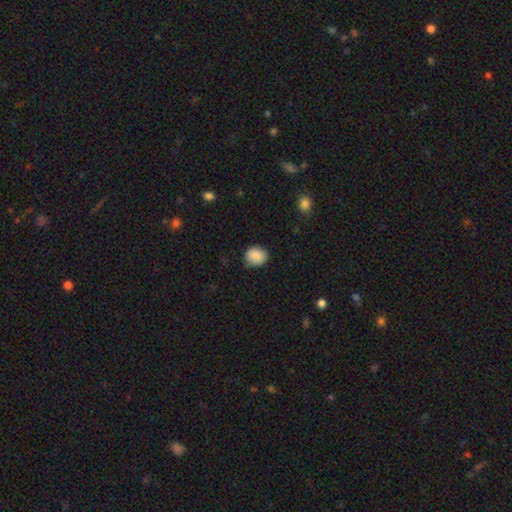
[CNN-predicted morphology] A smooth galaxy with no disk features (88%) that is round (68%).

Vote fractions:
- Smooth or featured? smooth: 88% / star or artifact: 8% / featured or disk: 5%
- How rounded? round: 68% / in between: 32% / cigar-shaped: 1%
- Merging? none: 79% / minor disturbance: 16% / major disturbance: 3% / merger: 1%